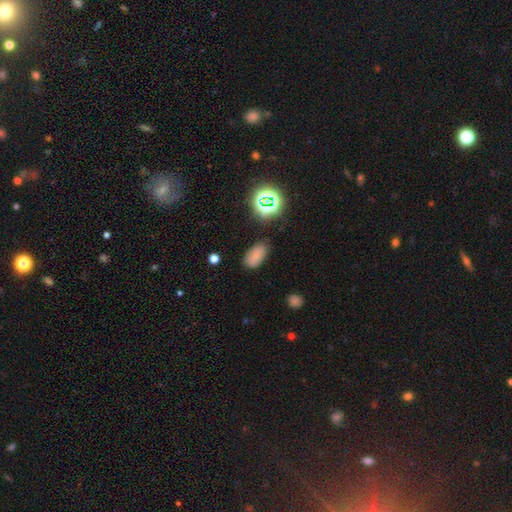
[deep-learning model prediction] Overall: smooth (71%). How rounded: in between (92%). Merging: none (74%).